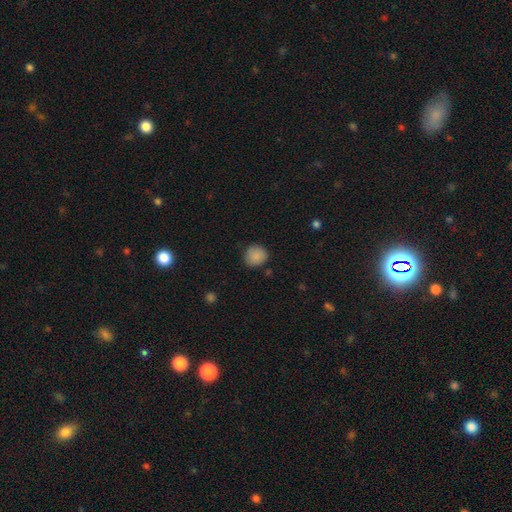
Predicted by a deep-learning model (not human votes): Smooth or featured: smooth — 87% (star or artifact — 9%)
How rounded: round — 89% (in between — 10%)
Merging: none — 83% (minor disturbance — 13%)